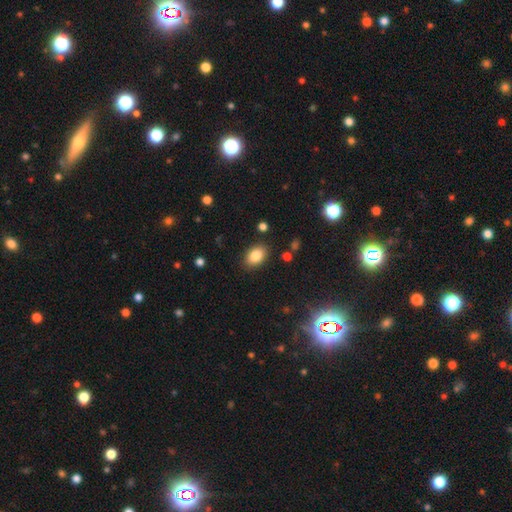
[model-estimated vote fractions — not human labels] This is clearly a smooth galaxy (84%). How rounded: clearly in between (86%). Merging: clearly none (86%).